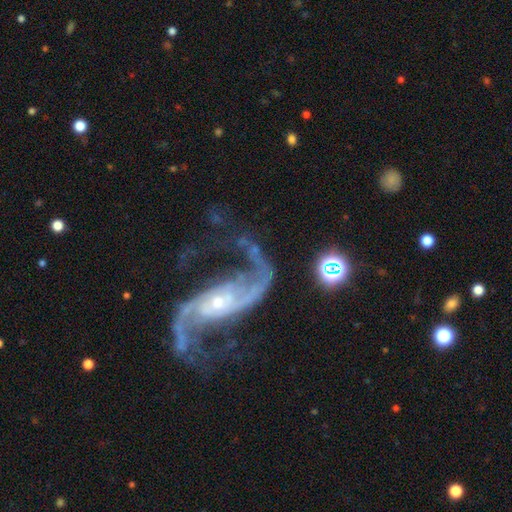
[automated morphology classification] Smooth or featured: featured or disk — 91% (star or artifact — 5%)
Edge-on disk: no — 96% (yes — 4%)
Bar: no — 47% (weak — 33%)
Spiral arms: yes — 97% (no — 3%)
Spiral winding: loose — 69% (medium — 24%)
Spiral arm count: 2 — 93% (1 — 2%)
Bulge size: small — 66% (moderate — 28%)
Merging: none — 61% (major disturbance — 18%)